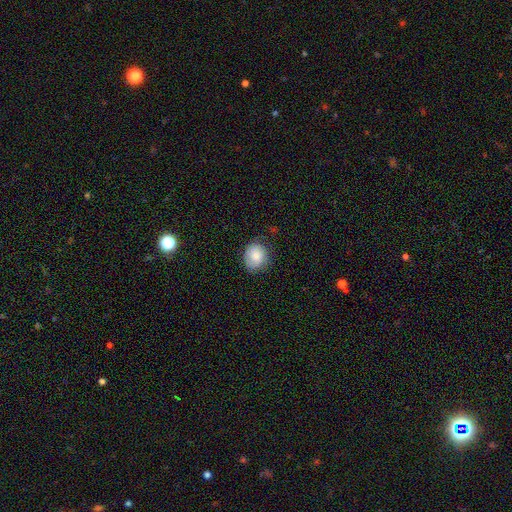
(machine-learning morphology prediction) Smooth or featured?
  - smooth: 79% *
  - featured or disk: 14%
  - star or artifact: 8%
How rounded?
  - round: 63% *
  - in between: 36%
  - cigar-shaped: 1%
Merging?
  - none: 74% *
  - minor disturbance: 21%
  - major disturbance: 5%
  - merger: 1%